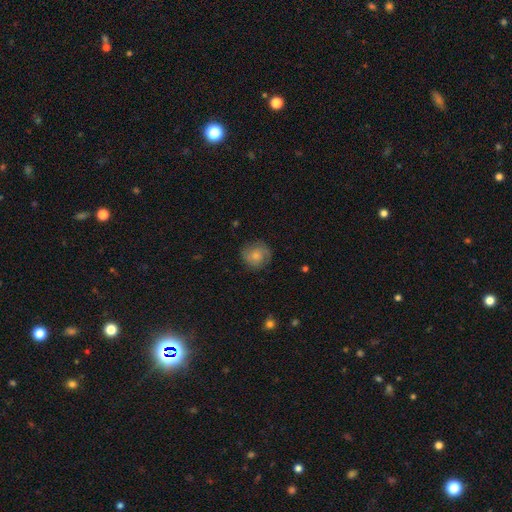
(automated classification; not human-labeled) smooth 57%, featured or disk 35%, star or artifact 8%. Down the decision tree: how rounded — round (87%); merging — none (76%).